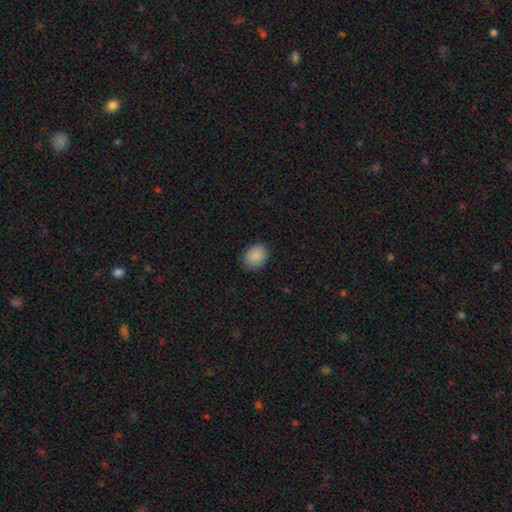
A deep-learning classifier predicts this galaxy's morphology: smooth-or-featured: smooth: 88% | star or artifact: 8% | featured or disk: 4%
  how-rounded: in between: 57% | round: 42% | cigar-shaped: 1%
  merging: none: 85% | minor disturbance: 11% | major disturbance: 2% | merger: 1%